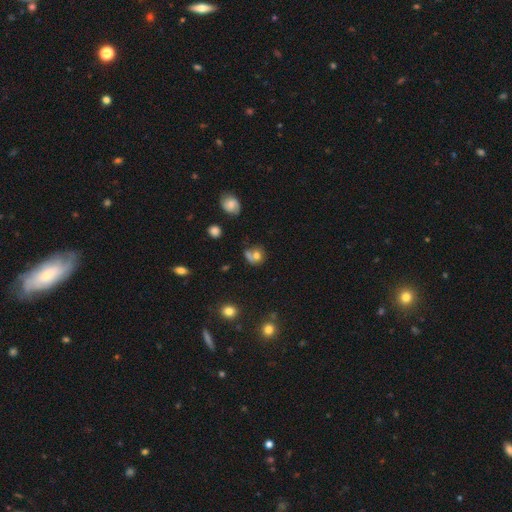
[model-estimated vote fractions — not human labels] smooth 66%, featured or disk 20%, star or artifact 14%. Down the decision tree: how rounded — round (76%); merging — none (42%).